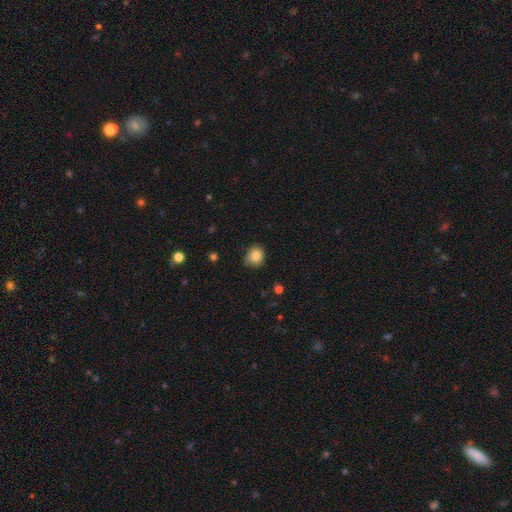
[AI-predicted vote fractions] Morphology: type=smooth (82%); roundness=round (76%); merging=none (72%).